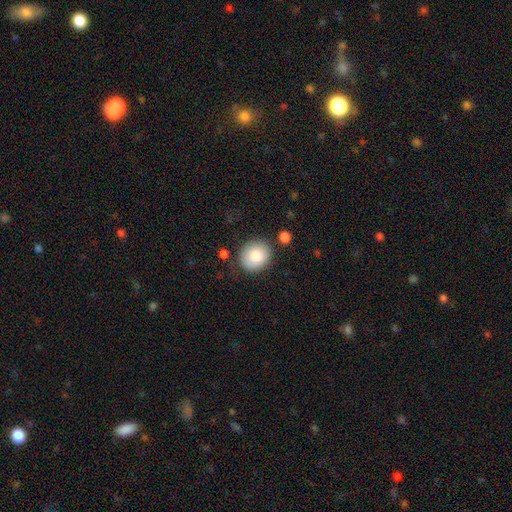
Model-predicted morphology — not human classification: This is clearly a smooth galaxy (84%). How rounded: likely round (69%). Merging: clearly none (80%).